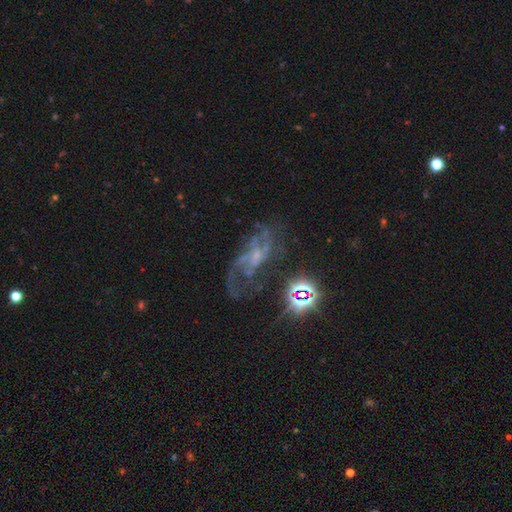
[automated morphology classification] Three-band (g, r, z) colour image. It shows a featured or disk galaxy (65%) with no bar (65%), spiral arms (69%) and a small central bulge (41%). Merging: none (38%, tied with major disturbance).